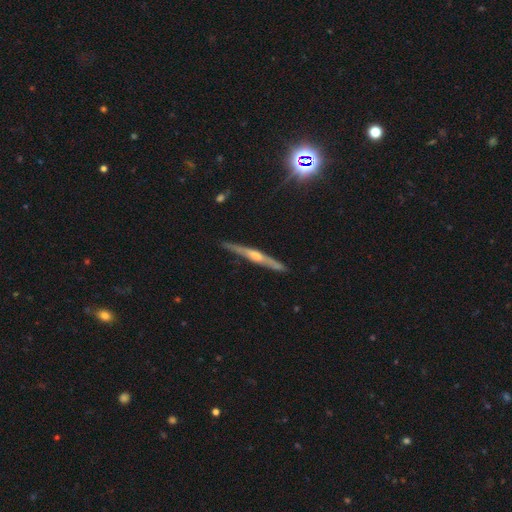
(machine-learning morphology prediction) Q: Smooth or featured?
A: featured or disk (79%); runner-up: smooth (14%)
Q: Edge-on disk?
A: yes (97%); runner-up: no (3%)
Q: Edge-on bulge?
A: rounded (82%); runner-up: none (9%)
Q: Merging?
A: none (88%); runner-up: minor disturbance (9%)